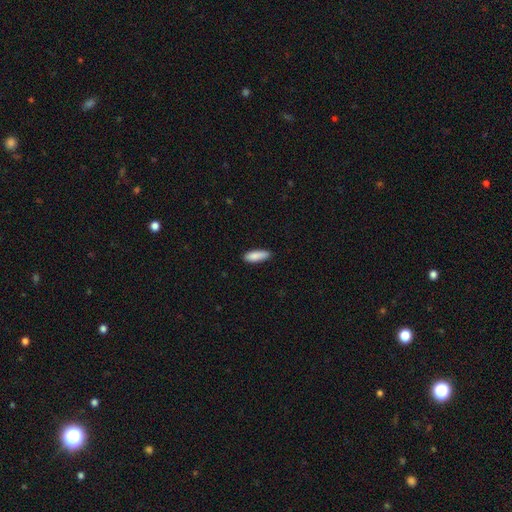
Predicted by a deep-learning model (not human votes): A smooth galaxy with no disk features (87%) that is in between round and cigar-shaped (55%). Merging: none (81%).